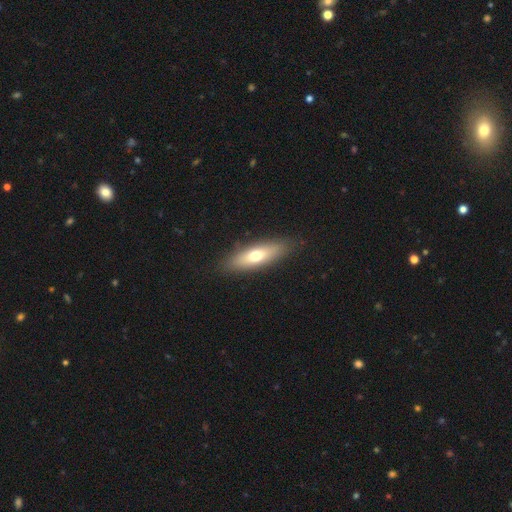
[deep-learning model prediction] A smooth galaxy with no disk features (63%) that is cigar-shaped (50%). Merging: none (86%).